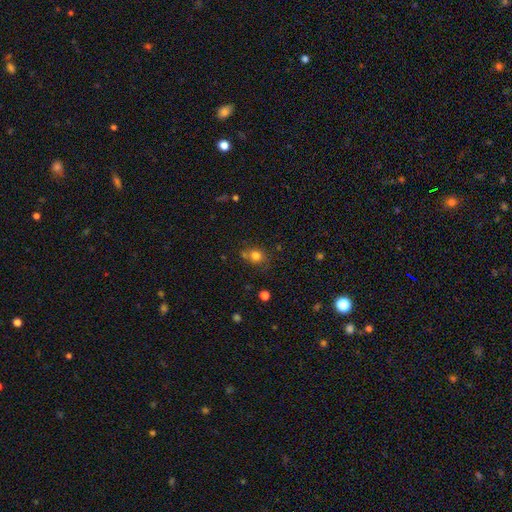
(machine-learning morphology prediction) This is likely a smooth galaxy (78%). How rounded: likely round (71%). Merging: likely none (61%).